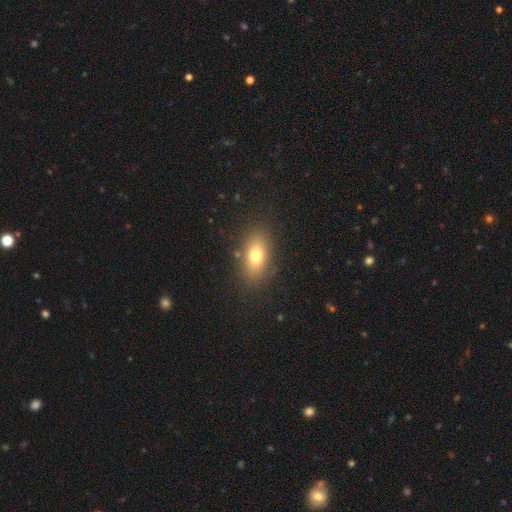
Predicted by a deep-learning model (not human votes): smooth-or-featured: smooth: 75% | featured or disk: 14% | star or artifact: 11%
  how-rounded: in between: 85% | round: 10% | cigar-shaped: 5%
  merging: none: 83% | minor disturbance: 10% | major disturbance: 4% | merger: 2%